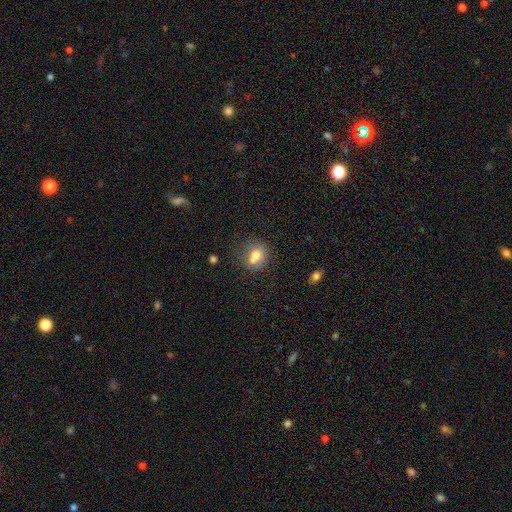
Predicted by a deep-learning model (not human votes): Smooth or featured? smooth (68%)
How rounded? round (70%)
Merging? none (47%)